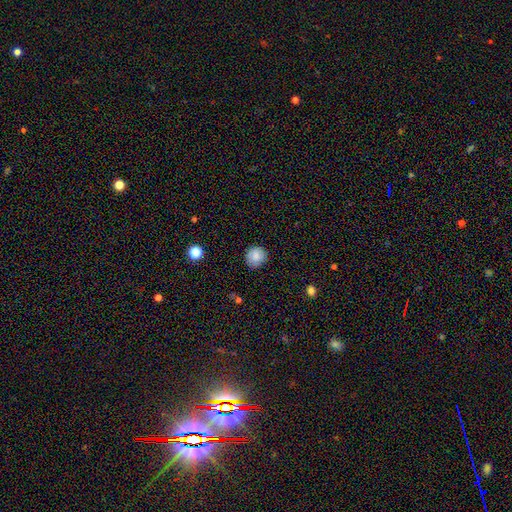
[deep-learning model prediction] A smooth galaxy with no disk features (84%) that is round (90%).

Vote fractions:
- Smooth or featured? smooth: 84% / star or artifact: 9% / featured or disk: 7%
- How rounded? round: 90% / in between: 9% / cigar-shaped: 1%
- Merging? none: 85% / minor disturbance: 12% / major disturbance: 2% / merger: 1%